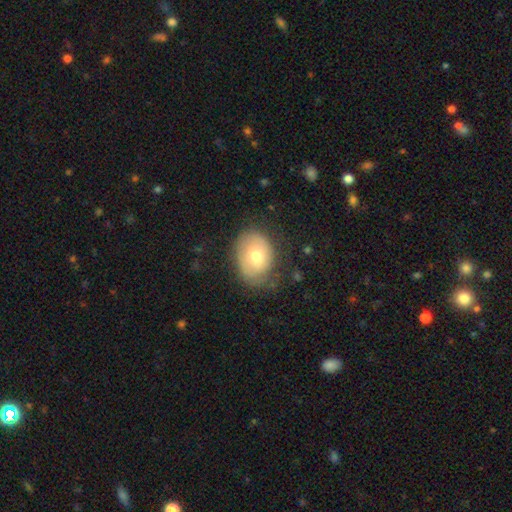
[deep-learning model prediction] smooth_or_featured: smooth (p=0.67) [alt: featured or disk p=0.26]
how_rounded: in between (p=0.64) [alt: round p=0.35]
merging: none (p=0.64) [alt: minor disturbance p=0.25]